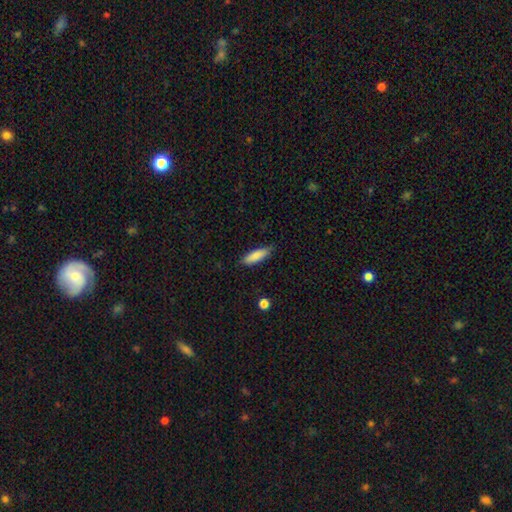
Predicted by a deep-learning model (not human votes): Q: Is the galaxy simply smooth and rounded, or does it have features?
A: smooth — 85%.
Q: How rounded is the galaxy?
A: cigar-shaped — 56%.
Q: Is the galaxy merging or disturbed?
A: none — 80%.